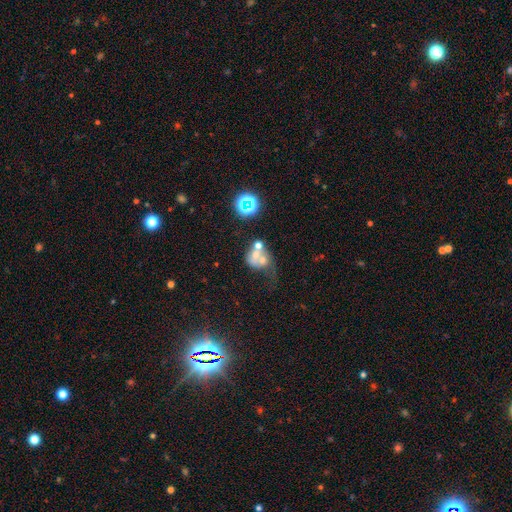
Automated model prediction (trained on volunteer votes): This appears to be a smooth galaxy with no disk features (43%). Merging: merger (54%).